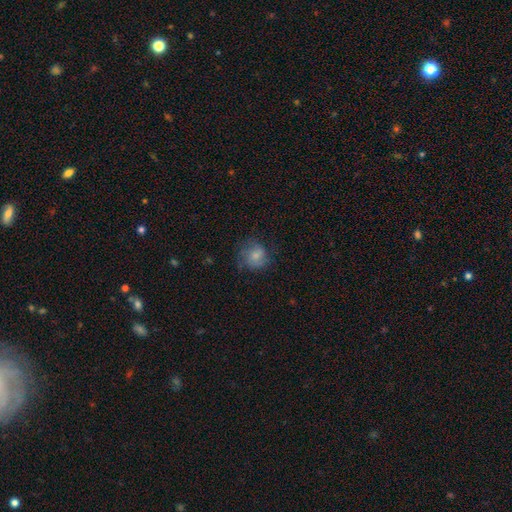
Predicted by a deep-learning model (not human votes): Smooth or featured? smooth (66%)
How rounded? round (81%)
Merging? none (62%)